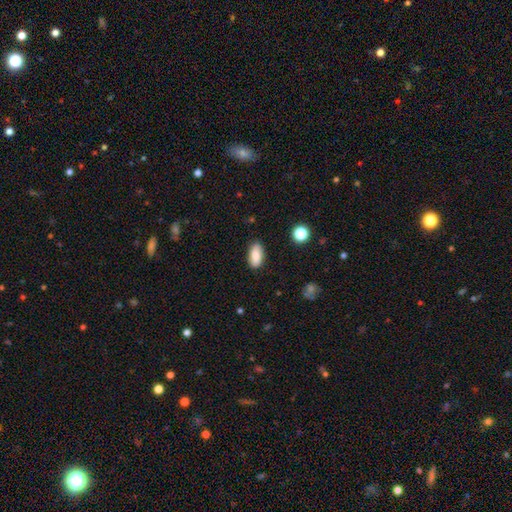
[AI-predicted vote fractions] A smooth galaxy with no disk features (84%) that is in between round and cigar-shaped (89%). Merging: none (85%).